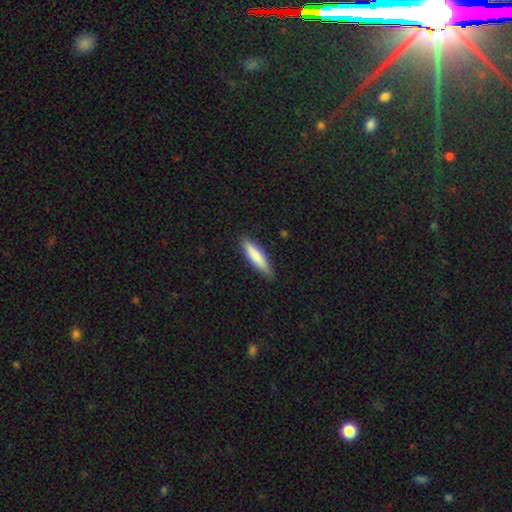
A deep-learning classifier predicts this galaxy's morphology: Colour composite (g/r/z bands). It shows a smooth galaxy with no disk features (75%) that is cigar-shaped (79%). Merging: none (85%).